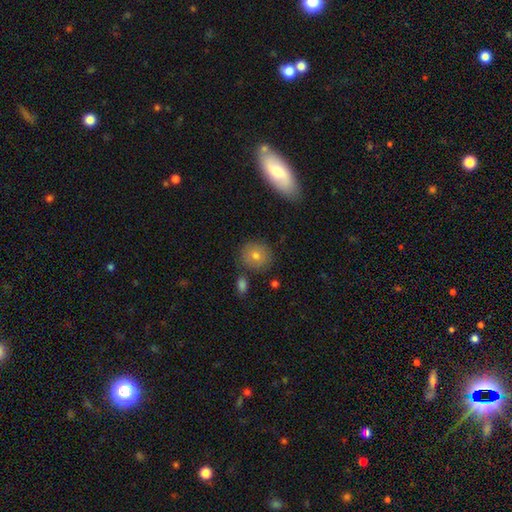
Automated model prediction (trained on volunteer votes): smooth_or_featured: smooth (p=0.74) [alt: featured or disk p=0.16]
how_rounded: round (p=0.86) [alt: in between p=0.13]
merging: none (p=0.82) [alt: minor disturbance p=0.11]